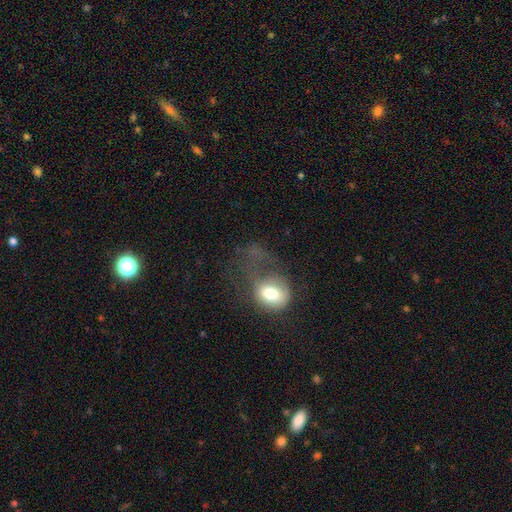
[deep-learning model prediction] smooth_or_featured: smooth (p=0.61) [alt: featured or disk p=0.25]
how_rounded: in between (p=0.51) [alt: round p=0.47]
merging: major disturbance (p=0.57) [alt: none p=0.20]